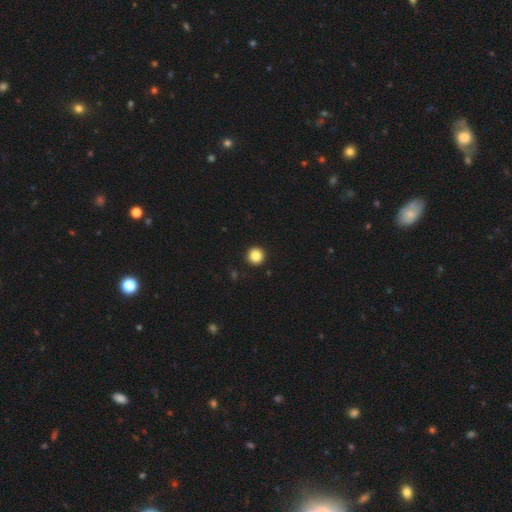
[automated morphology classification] Smooth or featured? smooth (86%)
How rounded? round (95%)
Merging? none (93%)